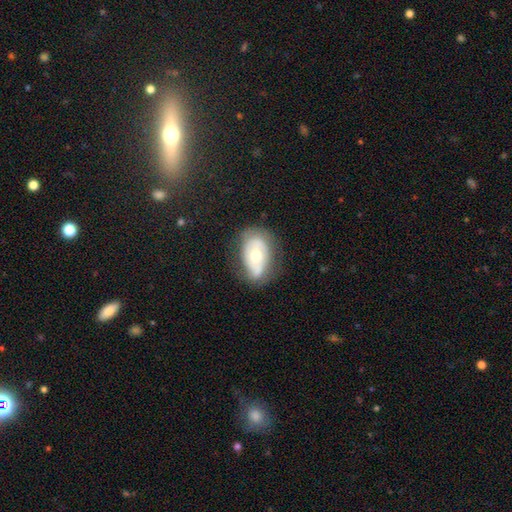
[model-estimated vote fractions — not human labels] This appears to be a featured or disk galaxy (53%). Merging: none (60%).